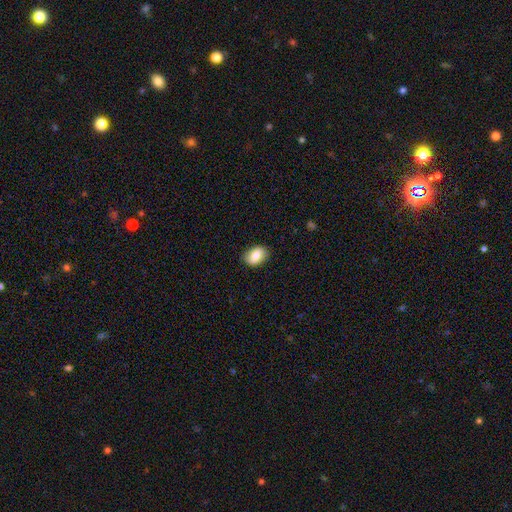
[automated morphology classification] A smooth galaxy with no disk features (75%) that is in between round and cigar-shaped (82%).

Vote fractions:
- Smooth or featured? smooth: 75% / featured or disk: 17% / star or artifact: 7%
- How rounded? in between: 82% / round: 17% / cigar-shaped: 2%
- Merging? none: 85% / minor disturbance: 12% / major disturbance: 3% / merger: 1%